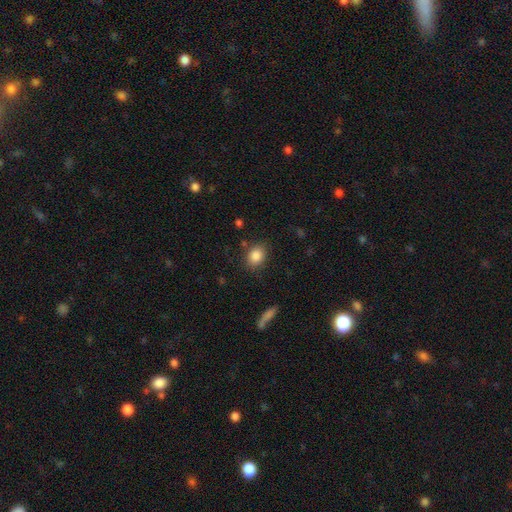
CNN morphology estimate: Overall: smooth (86%). How rounded: in between (55%; round 44%). Merging: none (82%).